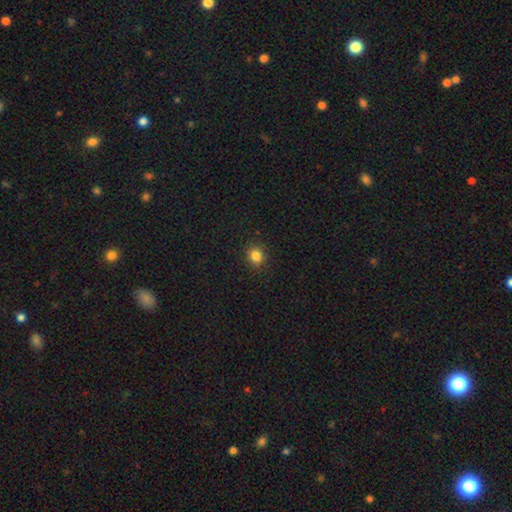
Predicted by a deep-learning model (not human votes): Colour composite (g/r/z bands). It shows a smooth galaxy with no disk features (84%) that is round (78%). Merging: none (90%).